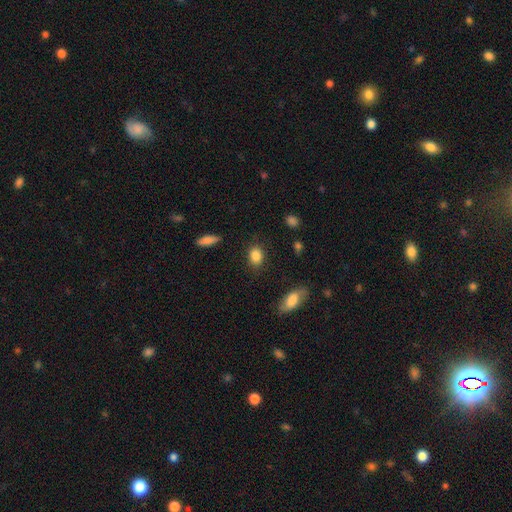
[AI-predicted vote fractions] Smooth or featured? Predicted: smooth (p=0.87). How rounded? Predicted: in between (p=0.64). Merging? Predicted: none (p=0.84).